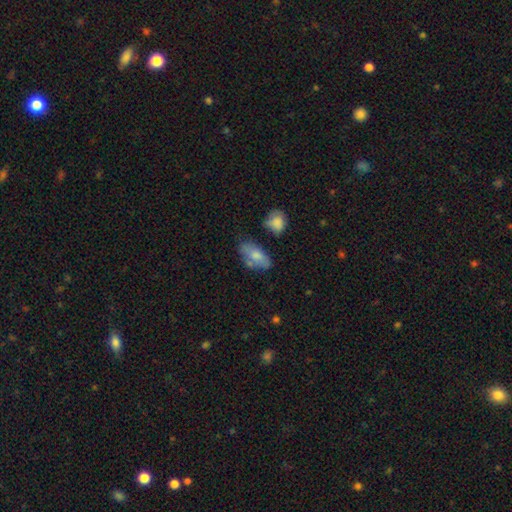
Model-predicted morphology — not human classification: smooth-or-featured: smooth: 72% | featured or disk: 22% | star or artifact: 7%
  how-rounded: in between: 91% | cigar-shaped: 5% | round: 4%
  merging: none: 56% | minor disturbance: 25% | merger: 12% | major disturbance: 8%